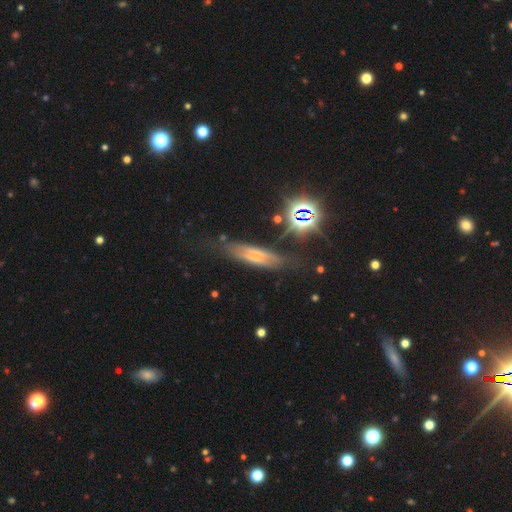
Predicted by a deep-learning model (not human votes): Q: Smooth or featured?
A: smooth (42%); runner-up: featured or disk (41%)
Q: Merging?
A: none (64%); runner-up: minor disturbance (23%)